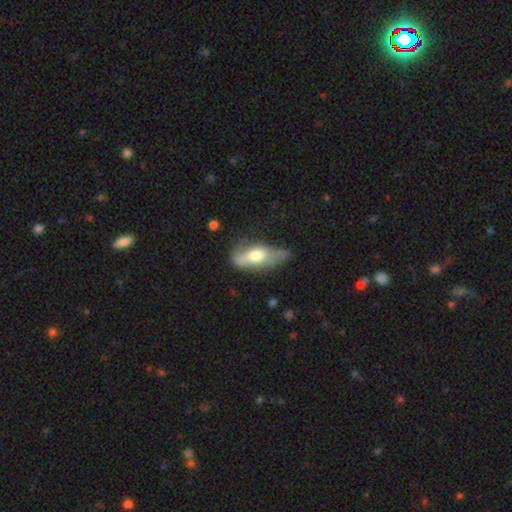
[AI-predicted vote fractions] Smooth or featured? Predicted: smooth (p=0.52). How rounded? Predicted: in between (p=0.74). Merging? Predicted: none (p=0.44).